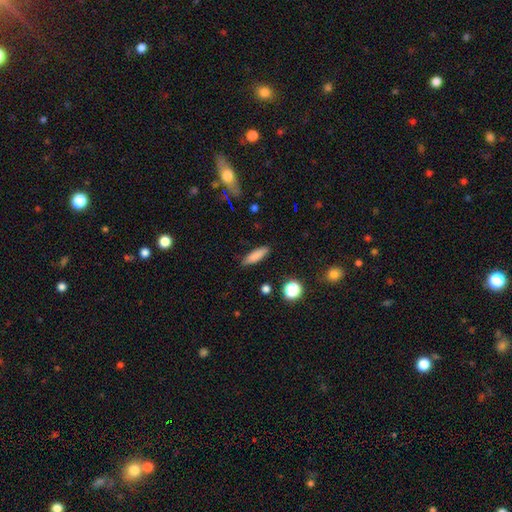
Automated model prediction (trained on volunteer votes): Overall: smooth (81%). How rounded: cigar-shaped (60%; in between 37%). Merging: none (87%).